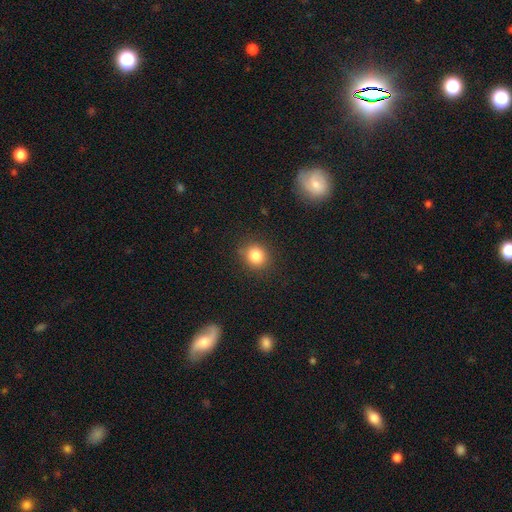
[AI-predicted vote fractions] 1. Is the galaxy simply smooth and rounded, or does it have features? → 83% smooth, 11% star or artifact, 6% featured or disk.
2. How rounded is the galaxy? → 81% round, 19% in between, 1% cigar-shaped.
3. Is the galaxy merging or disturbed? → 86% none, 9% minor disturbance, 3% major disturbance, 1% merger.